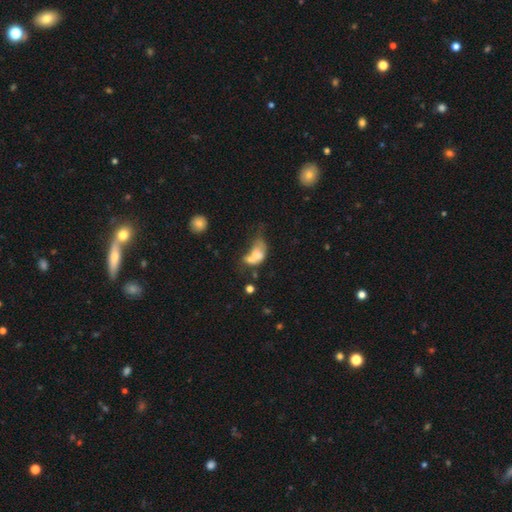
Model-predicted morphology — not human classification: Overall: smooth (59%; featured or disk 31%). How rounded: in between (82%). Merging: merger (39%; major disturbance 29%).